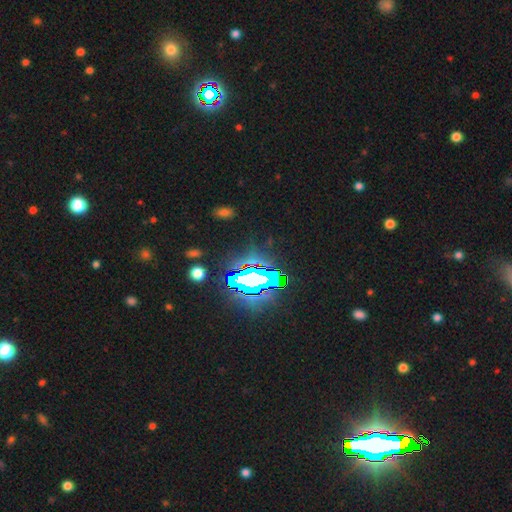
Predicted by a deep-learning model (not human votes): Morphology: type=star or artifact (76%).